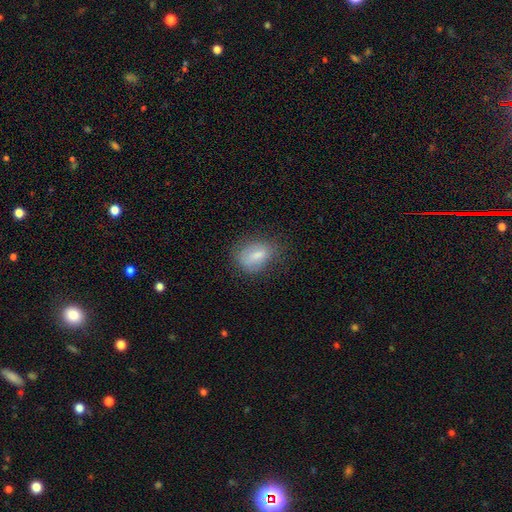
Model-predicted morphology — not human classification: The model was most divided on "merging": none: 65%, minor disturbance: 24%, major disturbance: 9%, merger: 1%. More confident: how rounded — in between (79%); smooth or featured — smooth (73%).